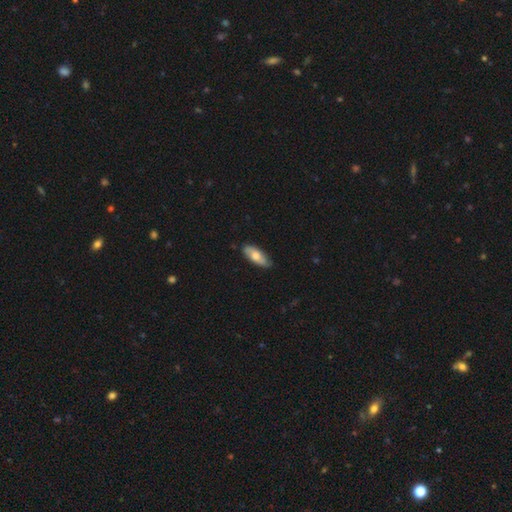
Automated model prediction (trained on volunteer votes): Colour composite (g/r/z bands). It shows a smooth galaxy with no disk features (67%) that is in between round and cigar-shaped (76%). Merging: none (85%).